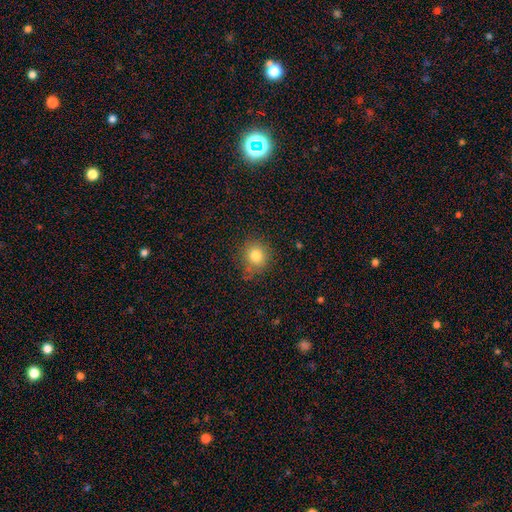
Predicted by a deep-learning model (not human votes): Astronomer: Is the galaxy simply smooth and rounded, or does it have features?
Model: smooth — 81%.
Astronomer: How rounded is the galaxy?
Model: round — 84%.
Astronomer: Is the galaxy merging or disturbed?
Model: none — 75%.